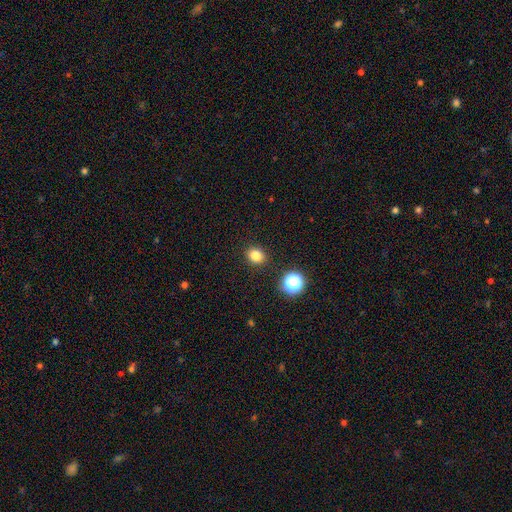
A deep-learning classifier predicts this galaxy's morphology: Smooth or featured: smooth — 81% (star or artifact — 14%)
How rounded: round — 65% (in between — 34%)
Merging: none — 89% (minor disturbance — 7%)